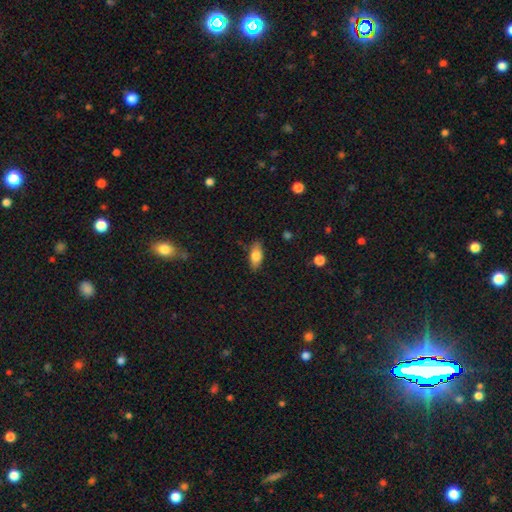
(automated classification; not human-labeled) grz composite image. It shows a smooth galaxy with no disk features (79%) that is in between round and cigar-shaped (85%). Merging: none (81%).